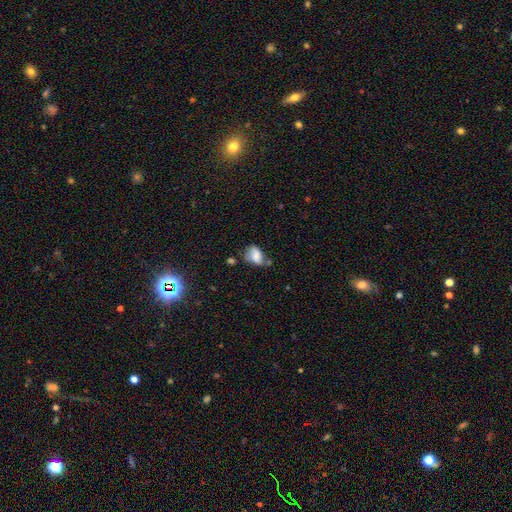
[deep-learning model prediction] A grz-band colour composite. It shows a smooth galaxy with no disk features (71%) that is in between round and cigar-shaped (77%). Merging: none (35%).